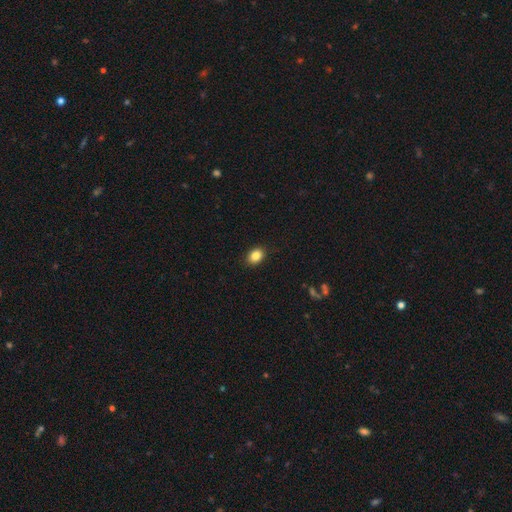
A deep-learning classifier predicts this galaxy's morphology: Smooth or featured: smooth — 85% (star or artifact — 9%)
How rounded: in between — 70% (round — 29%)
Merging: none — 89% (minor disturbance — 8%)